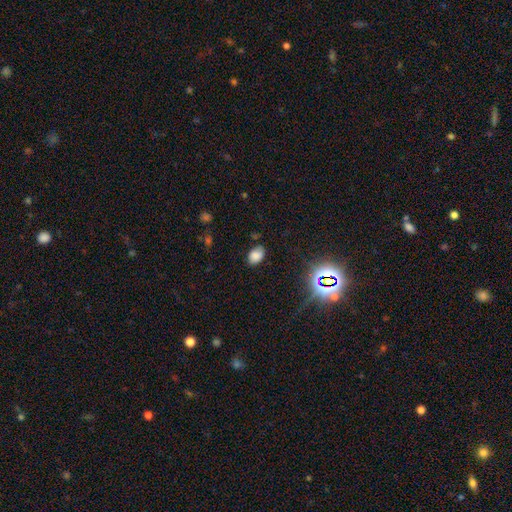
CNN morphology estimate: Smooth or featured? Predicted: smooth (p=0.77). How rounded? Predicted: in between (p=0.84). Merging? Predicted: none (p=0.75).